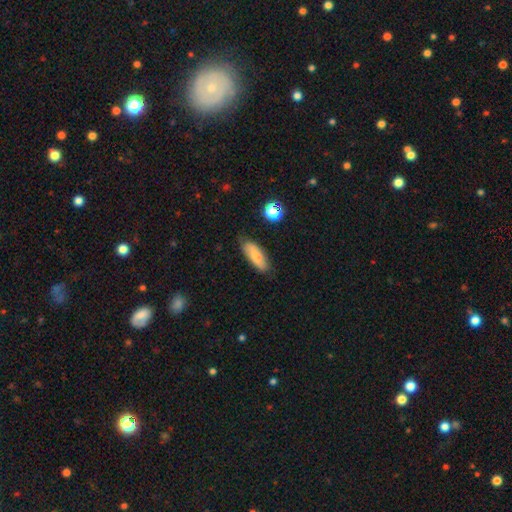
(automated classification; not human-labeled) Smooth or featured: smooth — 75% (featured or disk — 17%)
How rounded: in between — 68% (cigar-shaped — 30%)
Merging: none — 76% (minor disturbance — 18%)